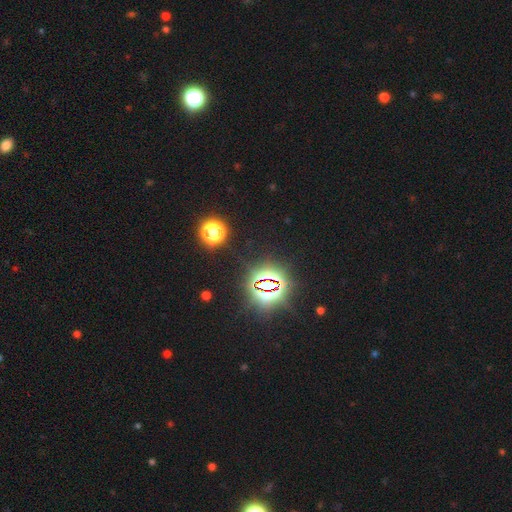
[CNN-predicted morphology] smooth_or_featured: star or artifact (p=0.81) [alt: smooth p=0.13]